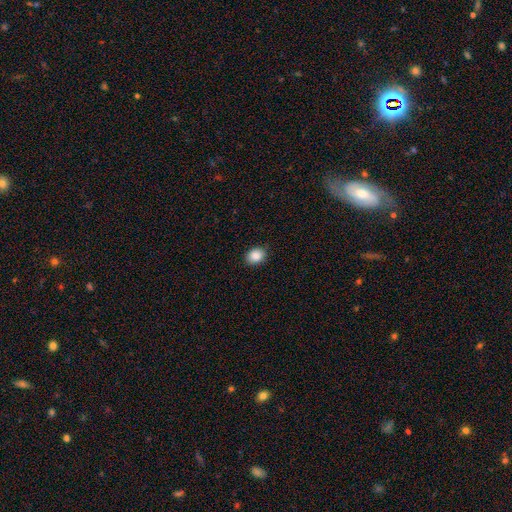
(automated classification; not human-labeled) This appears to be a smooth galaxy with no disk features (88%) that is in between round and cigar-shaped (55%). Merging: none (87%).